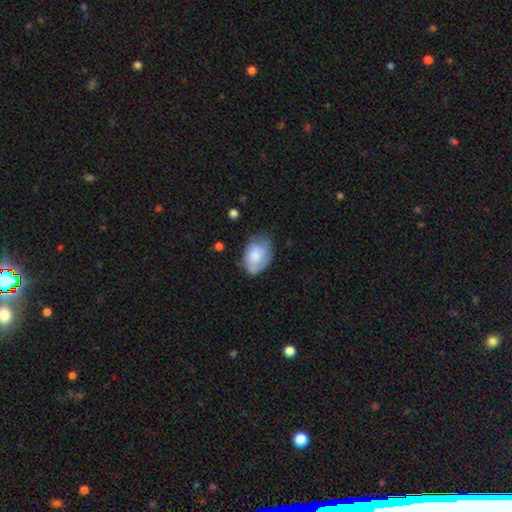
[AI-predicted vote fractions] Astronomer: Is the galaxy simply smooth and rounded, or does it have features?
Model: smooth — 65%.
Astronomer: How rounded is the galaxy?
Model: in between — 83%.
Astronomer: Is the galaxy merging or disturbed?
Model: none — 60%.